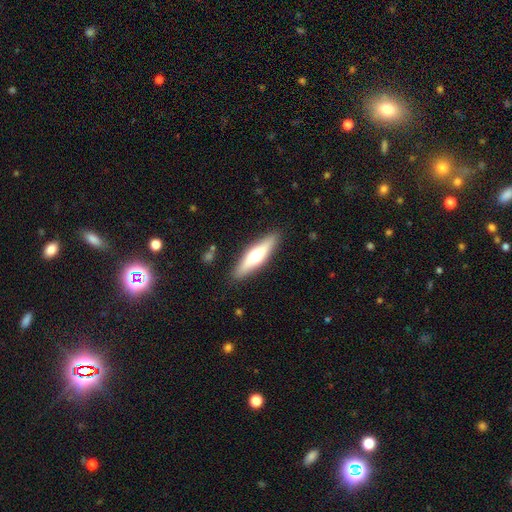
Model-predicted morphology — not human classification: Q: Smooth or featured?
A: featured or disk (49%); runner-up: smooth (45%)
Q: Merging?
A: none (88%); runner-up: minor disturbance (9%)